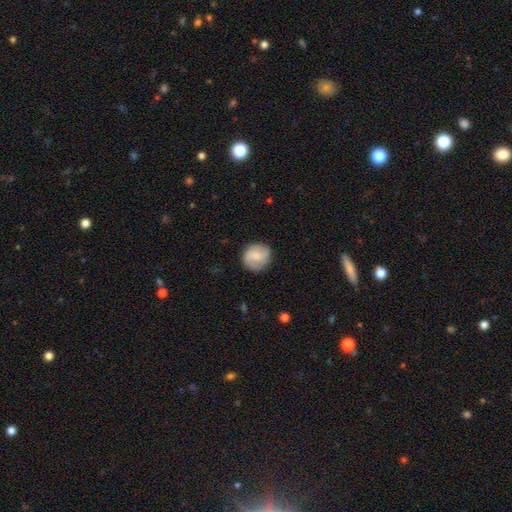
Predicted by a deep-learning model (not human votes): Overall: smooth (56%; featured or disk 37%). How rounded: round (86%). Merging: none (80%).